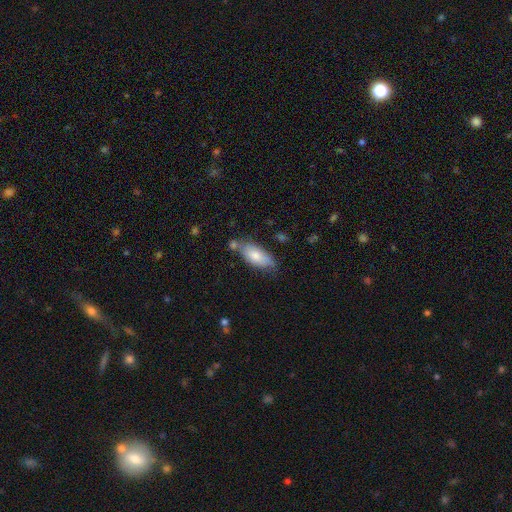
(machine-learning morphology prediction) Overall: smooth (76%). How rounded: in between (84%). Merging: none (59%; minor disturbance 23%).